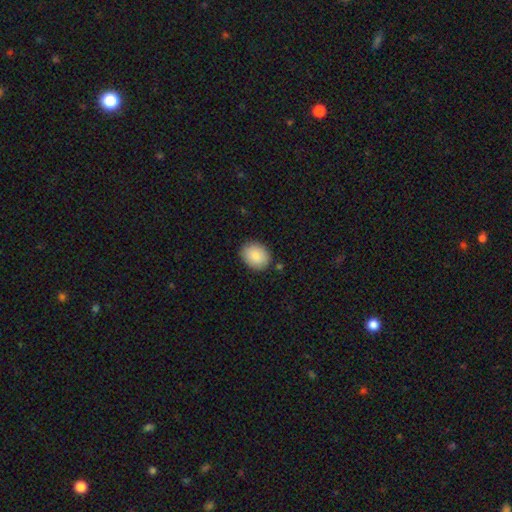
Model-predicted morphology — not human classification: type=smooth (88%); roundness=in between (61%); merging=none (85%).